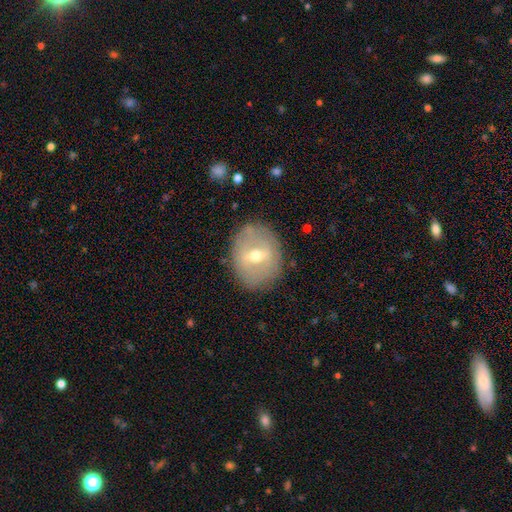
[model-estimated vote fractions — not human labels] Smooth or featured?
  - featured or disk: 56% *
  - smooth: 36%
  - star or artifact: 8%
Edge-on disk?
  - no: 92% *
  - yes: 8%
Bar?
  - weak: 51% *
  - strong: 32%
  - no: 17%
Spiral arms?
  - no: 70% *
  - yes: 30%
Bulge size?
  - moderate: 65% *
  - small: 30%
  - large: 4%
  - none: 1%
  - dominant: 1%
Merging?
  - none: 82% *
  - minor disturbance: 13%
  - major disturbance: 4%
  - merger: 1%